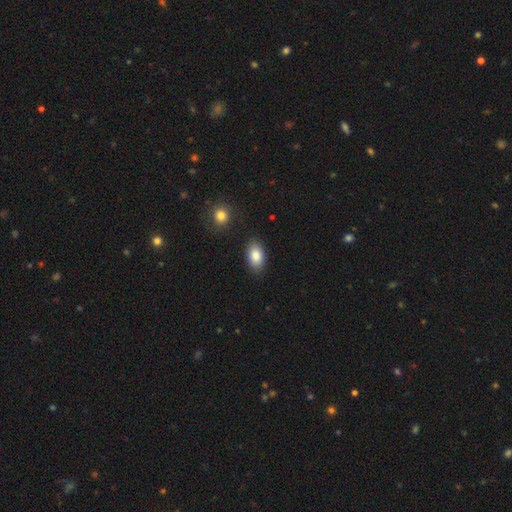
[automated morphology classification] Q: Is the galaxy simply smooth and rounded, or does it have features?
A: smooth — 87%.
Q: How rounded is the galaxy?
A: in between — 91%.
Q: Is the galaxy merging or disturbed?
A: none — 85%.